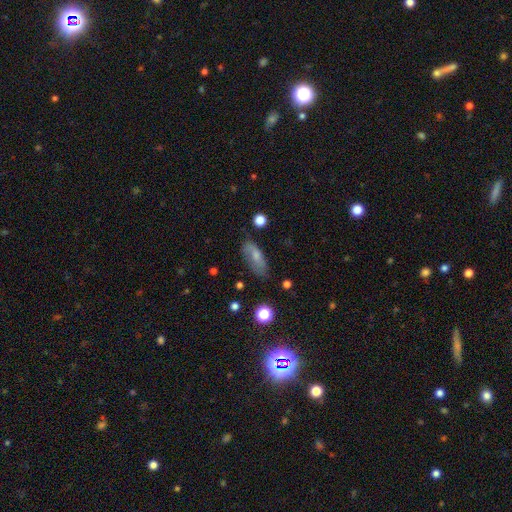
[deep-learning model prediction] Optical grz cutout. It shows a smooth galaxy with no disk features (66%) that is in between round and cigar-shaped (75%). Merging: none (67%).